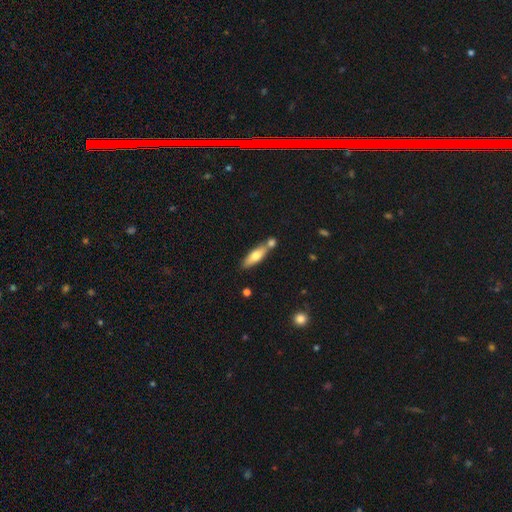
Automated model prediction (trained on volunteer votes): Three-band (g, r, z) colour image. It shows a smooth galaxy with no disk features (64%) that is cigar-shaped (51%). Merging: none (58%).